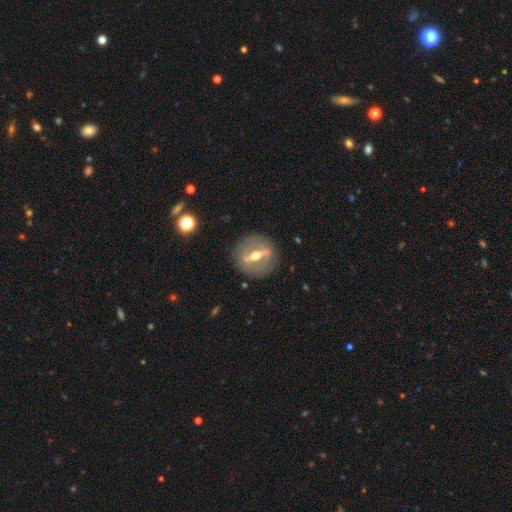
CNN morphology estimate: Smooth or featured? featured or disk (79%)
Edge-on disk? no (61%)
Merging? none (86%)